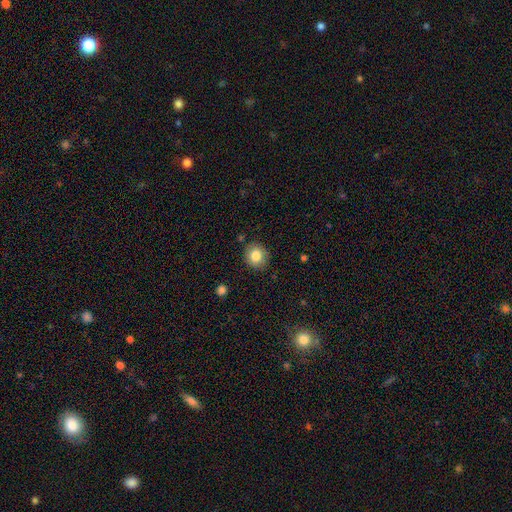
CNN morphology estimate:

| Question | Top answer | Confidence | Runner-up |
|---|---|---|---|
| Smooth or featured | smooth | 83% | star or artifact (9%) |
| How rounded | round | 83% | in between (16%) |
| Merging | none | 87% | minor disturbance (9%) |